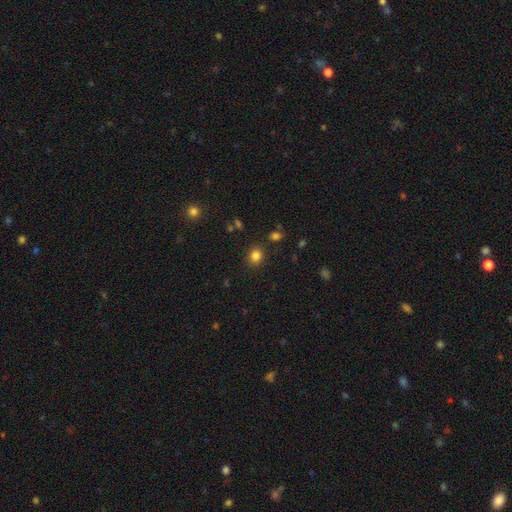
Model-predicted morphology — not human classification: This appears to be a smooth galaxy with no disk features (83%) that is round (63%). Merging: none (85%).